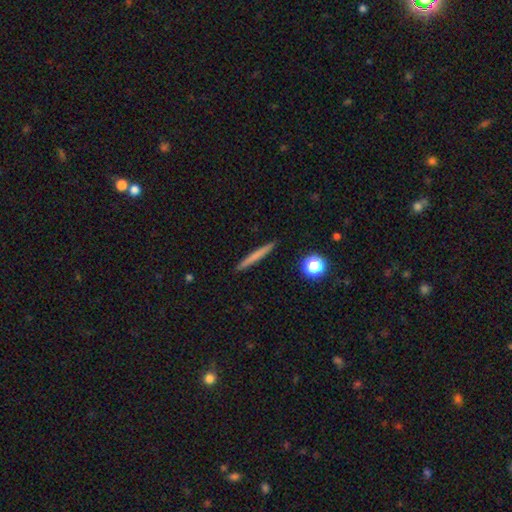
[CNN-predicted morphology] smooth_or_featured: smooth (p=0.63) [alt: featured or disk p=0.29]
how_rounded: cigar-shaped (p=0.95) [alt: in between p=0.03]
merging: none (p=0.92) [alt: minor disturbance p=0.05]